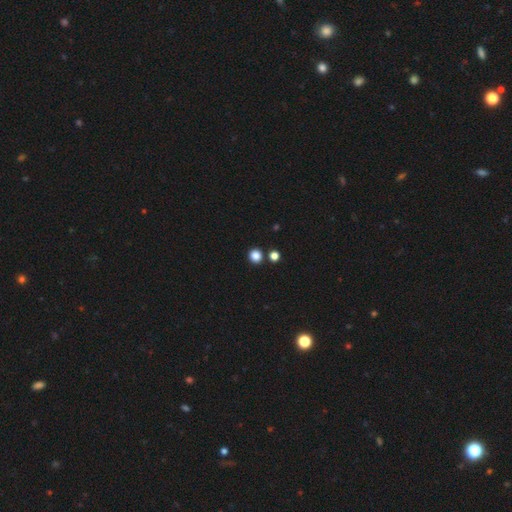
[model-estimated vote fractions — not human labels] smooth-or-featured: smooth: 84% | star or artifact: 12% | featured or disk: 3%
  how-rounded: round: 91% | in between: 8% | cigar-shaped: 1%
  merging: none: 85% | merger: 7% | minor disturbance: 6% | major disturbance: 2%